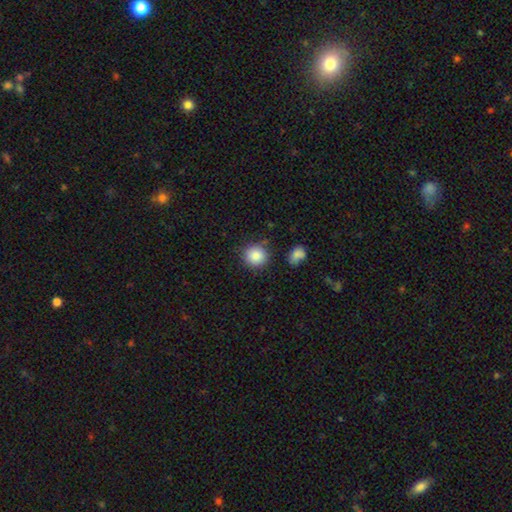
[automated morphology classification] Q: Smooth or featured?
A: smooth (87%); runner-up: star or artifact (9%)
Q: How rounded?
A: round (90%); runner-up: in between (9%)
Q: Merging?
A: none (81%); runner-up: minor disturbance (11%)